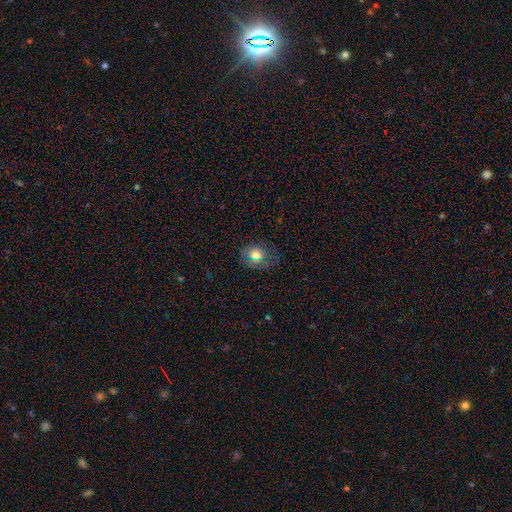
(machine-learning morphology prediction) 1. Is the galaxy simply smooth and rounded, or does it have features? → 70% smooth, 17% star or artifact, 13% featured or disk.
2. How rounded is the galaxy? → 51% round, 48% in between, 2% cigar-shaped.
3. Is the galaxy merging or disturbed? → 77% none, 16% minor disturbance, 6% major disturbance, 1% merger.